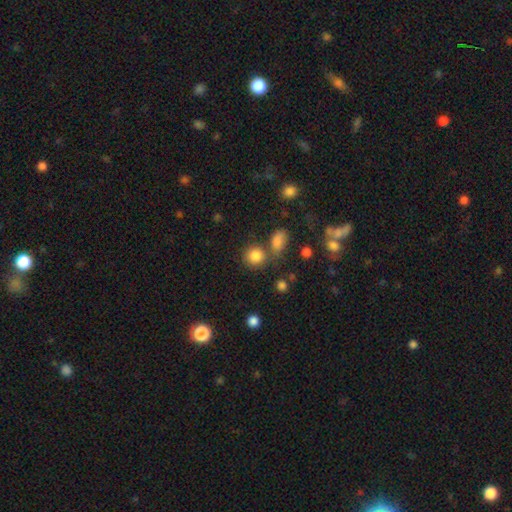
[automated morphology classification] Smooth or featured? Predicted: smooth (p=0.83). How rounded? Predicted: round (p=0.82). Merging? Predicted: none (p=0.64).